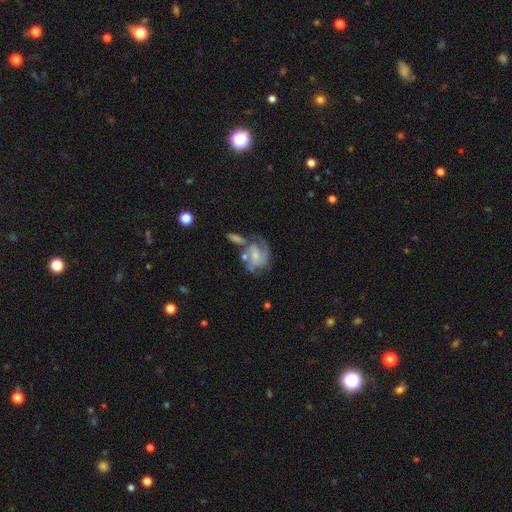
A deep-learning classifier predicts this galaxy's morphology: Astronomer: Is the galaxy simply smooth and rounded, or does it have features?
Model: featured or disk — 68%.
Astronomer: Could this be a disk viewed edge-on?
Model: no — 97%.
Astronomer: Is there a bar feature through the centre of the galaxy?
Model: no — 46% (runner-up: weak, 42%).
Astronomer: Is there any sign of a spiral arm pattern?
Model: yes — 85%.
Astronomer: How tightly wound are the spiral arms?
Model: medium — 44% (runner-up: tight, 35%).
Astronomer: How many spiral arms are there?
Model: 2 — 46% (runner-up: 1, 22%).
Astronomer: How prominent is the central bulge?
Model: small — 43% (runner-up: moderate, 31%).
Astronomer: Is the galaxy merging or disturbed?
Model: none — 36% (runner-up: merger, 25%).